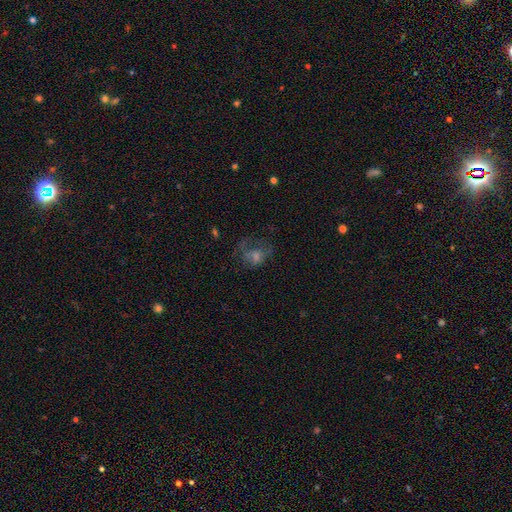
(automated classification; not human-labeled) Smooth or featured: smooth — 39% (featured or disk — 38%)
Merging: none — 40% (major disturbance — 38%)